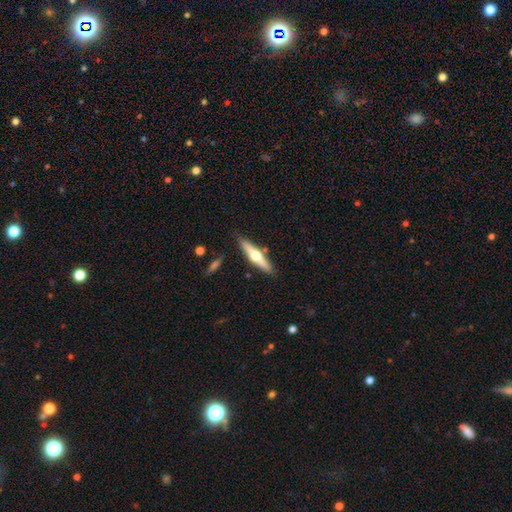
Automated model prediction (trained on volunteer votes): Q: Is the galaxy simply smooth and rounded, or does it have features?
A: featured or disk — 62%.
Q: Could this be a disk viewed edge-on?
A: yes — 96%.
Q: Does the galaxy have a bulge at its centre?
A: rounded — 95%.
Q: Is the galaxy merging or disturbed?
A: none — 86%.